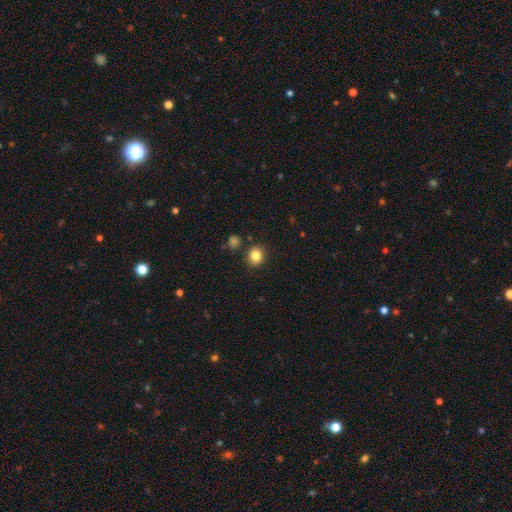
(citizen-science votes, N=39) Smooth or featured? 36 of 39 (92%) said smooth. How rounded? 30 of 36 (83%) said round. Merging? 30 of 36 (83%) said none.